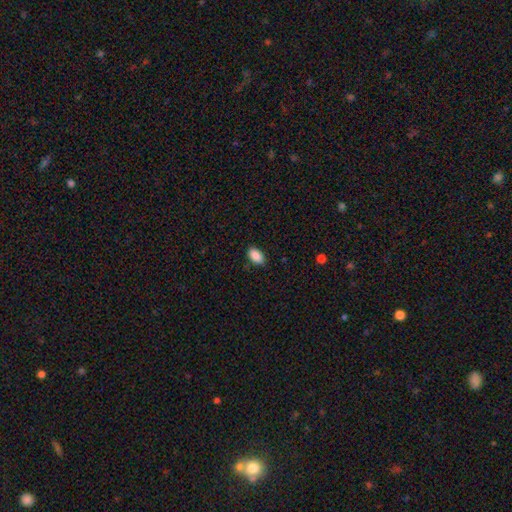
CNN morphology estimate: smooth_or_featured: smooth (p=0.90) [alt: star or artifact p=0.07]
how_rounded: in between (p=0.93) [alt: round p=0.05]
merging: none (p=0.86) [alt: minor disturbance p=0.11]